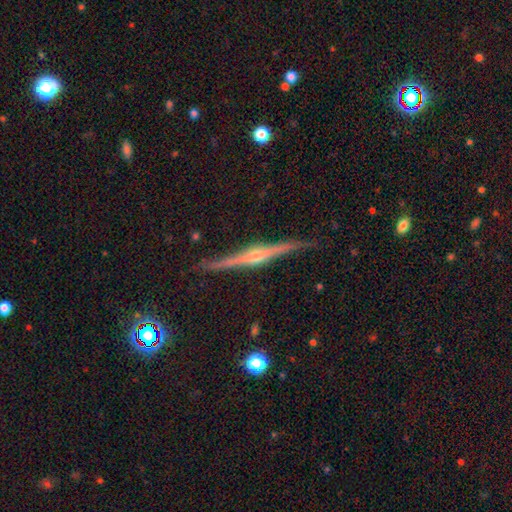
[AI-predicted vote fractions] Overall: featured or disk (84%). Edge-on disk: yes (98%). Edge-on bulge: rounded (84%). Merging: none (87%).